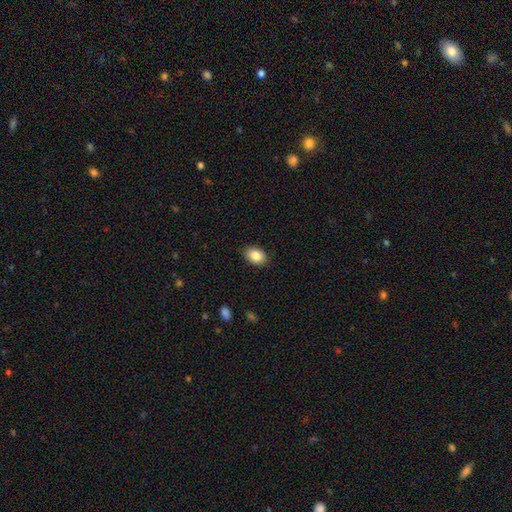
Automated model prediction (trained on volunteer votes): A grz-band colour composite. It shows a smooth galaxy with no disk features (85%) that is in between round and cigar-shaped (82%). Merging: none (89%).